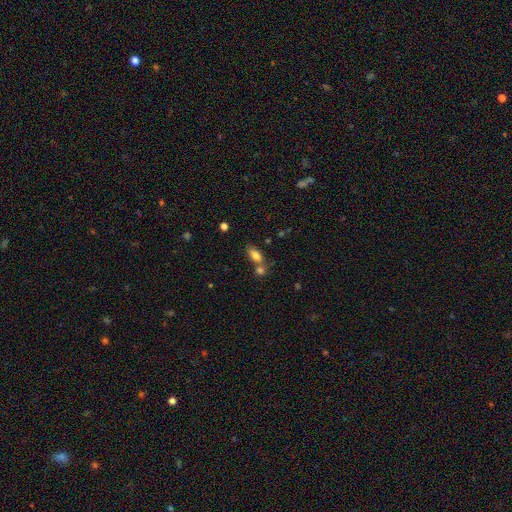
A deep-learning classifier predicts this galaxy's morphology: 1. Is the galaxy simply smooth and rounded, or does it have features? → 82% smooth, 10% star or artifact, 9% featured or disk.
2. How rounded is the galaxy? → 88% in between, 8% round, 4% cigar-shaped.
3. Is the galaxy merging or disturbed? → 48% none, 36% merger, 11% minor disturbance, 4% major disturbance.